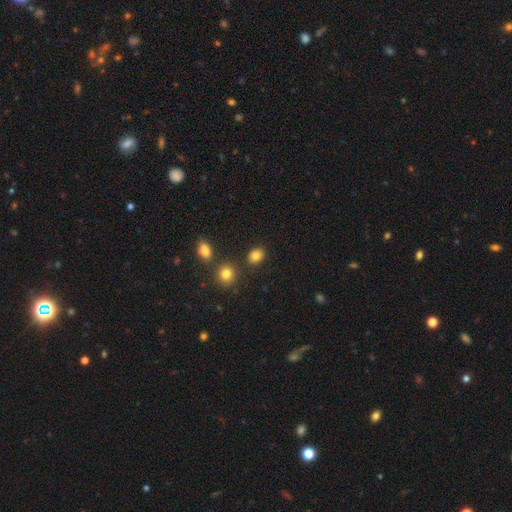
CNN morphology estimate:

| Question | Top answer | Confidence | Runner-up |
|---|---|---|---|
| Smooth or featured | smooth | 83% | star or artifact (11%) |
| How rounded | round | 51% | in between (47%) |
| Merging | none | 83% | minor disturbance (9%) |